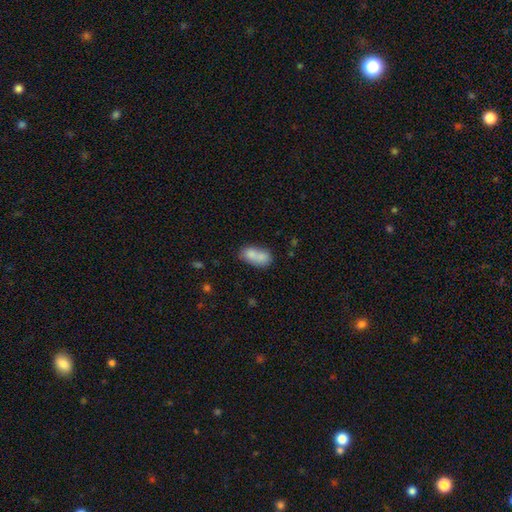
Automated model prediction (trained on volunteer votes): smooth-or-featured: smooth: 76% | featured or disk: 16% | star or artifact: 8%
  how-rounded: in between: 84% | round: 11% | cigar-shaped: 4%
  merging: merger: 51% | none: 31% | minor disturbance: 13% | major disturbance: 6%